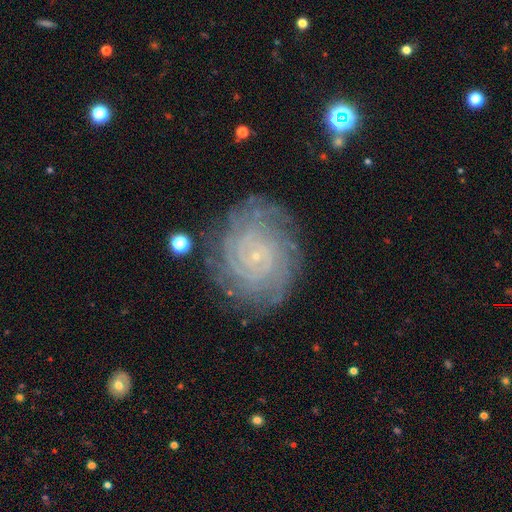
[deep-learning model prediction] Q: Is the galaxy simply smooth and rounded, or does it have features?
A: featured or disk — 84%.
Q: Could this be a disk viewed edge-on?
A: no — 98%.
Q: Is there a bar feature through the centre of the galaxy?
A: no — 78%.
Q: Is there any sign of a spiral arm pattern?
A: yes — 97%.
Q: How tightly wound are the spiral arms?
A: tight — 85%.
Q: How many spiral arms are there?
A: can't tell — 28%.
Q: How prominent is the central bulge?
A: small — 91%.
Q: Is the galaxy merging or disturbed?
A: none — 82%.